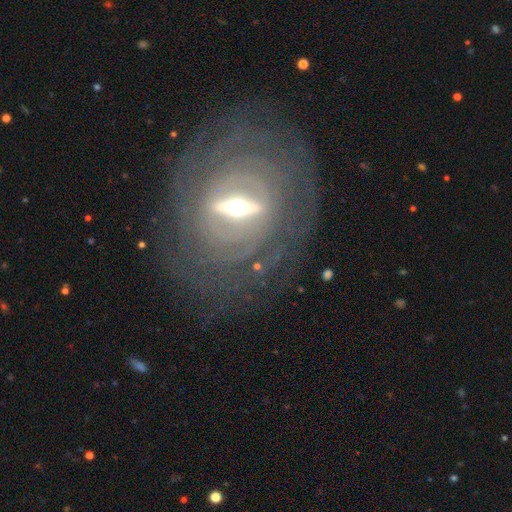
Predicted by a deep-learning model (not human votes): Q: Smooth or featured?
A: featured or disk (84%); runner-up: smooth (8%)
Q: Edge-on disk?
A: no (78%); runner-up: yes (22%)
Q: Bar?
A: strong (71%); runner-up: weak (22%)
Q: Spiral arms?
A: yes (69%); runner-up: no (31%)
Q: Bulge size?
A: moderate (60%); runner-up: small (28%)
Q: Merging?
A: none (81%); runner-up: minor disturbance (10%)